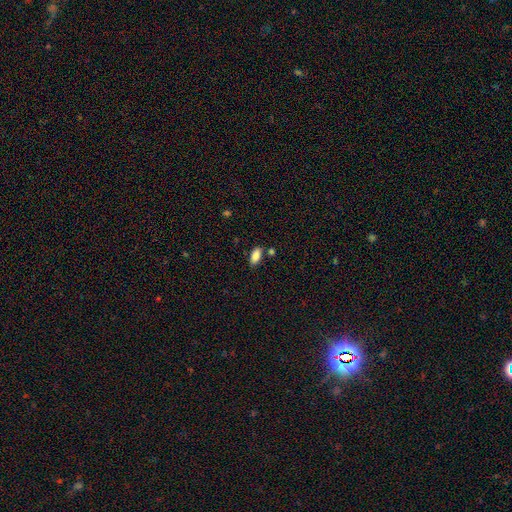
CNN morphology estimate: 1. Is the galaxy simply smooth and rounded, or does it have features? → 87% smooth, 8% star or artifact, 6% featured or disk.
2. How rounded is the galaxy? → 90% in between, 7% cigar-shaped, 3% round.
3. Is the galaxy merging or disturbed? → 78% none, 12% minor disturbance, 7% merger, 3% major disturbance.